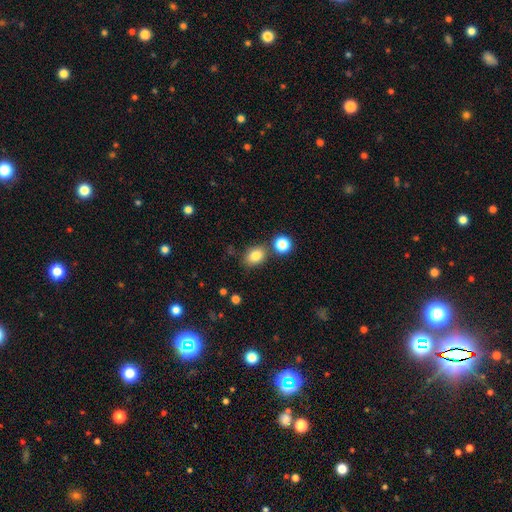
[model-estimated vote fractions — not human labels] Smooth or featured? smooth (83%)
How rounded? in between (68%)
Merging? none (72%)